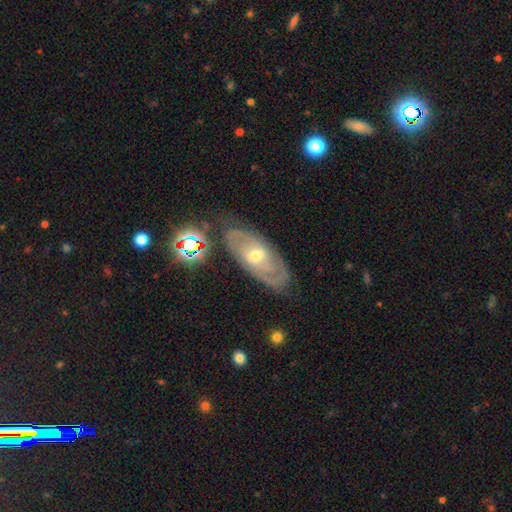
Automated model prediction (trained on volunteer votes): Overall: featured or disk (73%). Edge-on disk: no (89%). Bar: no (46%; weak 41%). Spiral arms: yes (78%). Spiral arm count: 2 (51%; can't tell 36%). Spiral winding: tight (55%; medium 34%). Bulge size: moderate (63%; small 32%). Merging: none (78%).